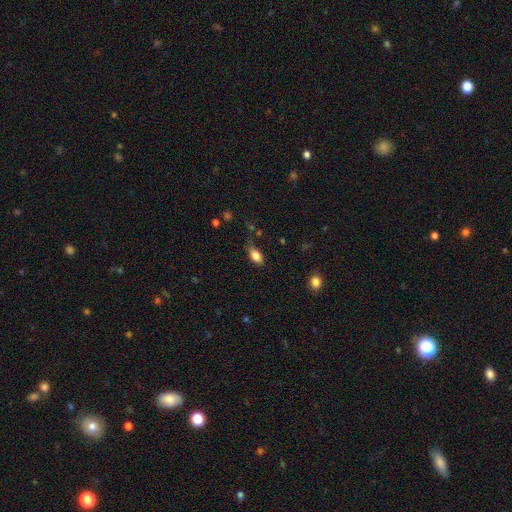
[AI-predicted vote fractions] smooth-or-featured: smooth: 84% | star or artifact: 8% | featured or disk: 8%
  how-rounded: in between: 89% | round: 6% | cigar-shaped: 5%
  merging: none: 69% | minor disturbance: 24% | major disturbance: 5% | merger: 2%